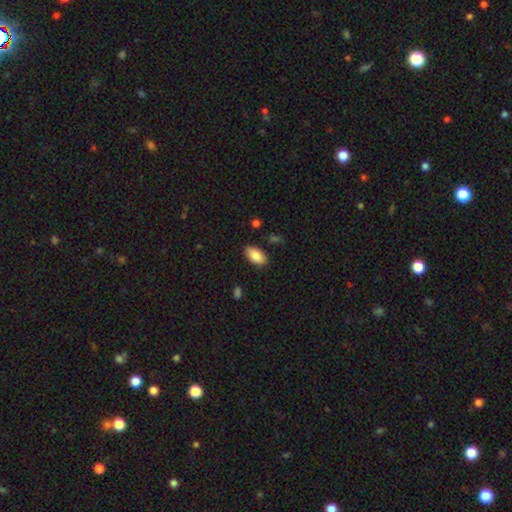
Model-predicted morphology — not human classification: This appears to be a smooth galaxy with no disk features (87%) that is in between round and cigar-shaped (94%). Merging: none (85%).